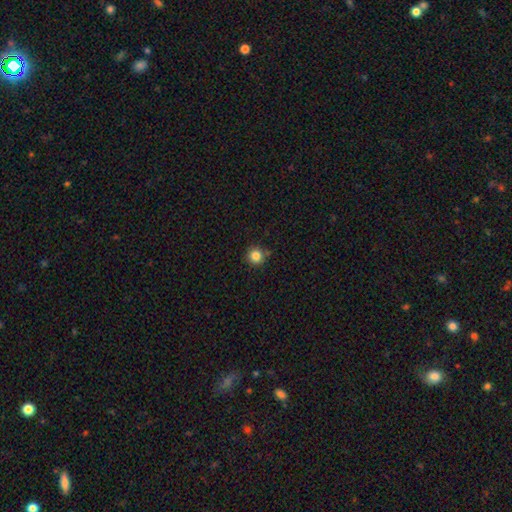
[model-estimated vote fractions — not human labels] A smooth galaxy with no disk features (84%) that is round (95%). Merging: none (86%).